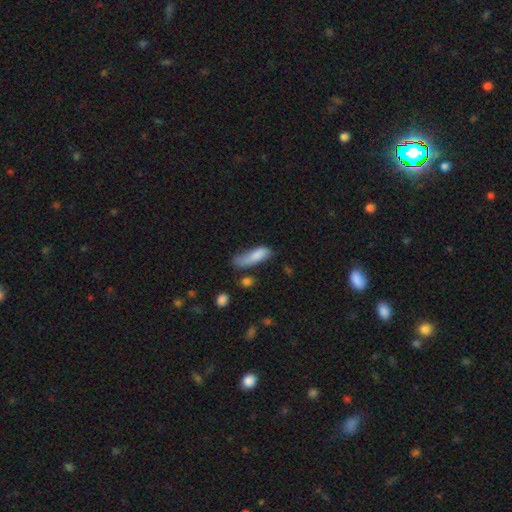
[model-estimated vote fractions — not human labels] smooth-or-featured: smooth: 80% | featured or disk: 13% | star or artifact: 7%
  how-rounded: in between: 57% | cigar-shaped: 40% | round: 2%
  merging: minor disturbance: 36% | none: 34% | major disturbance: 22% | merger: 8%